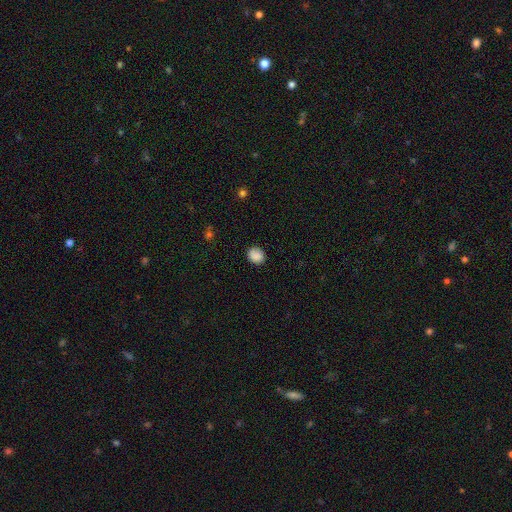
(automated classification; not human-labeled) smooth-or-featured: smooth: 87% | star or artifact: 9% | featured or disk: 4%
  how-rounded: round: 66% | in between: 33% | cigar-shaped: 1%
  merging: none: 86% | minor disturbance: 11% | major disturbance: 2% | merger: 1%